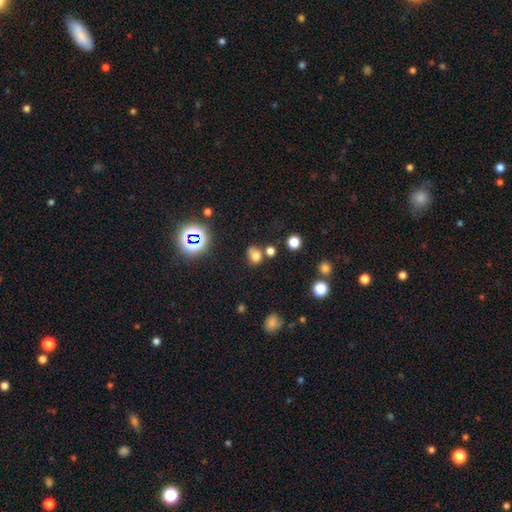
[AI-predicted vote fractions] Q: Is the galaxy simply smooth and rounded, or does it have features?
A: smooth — 68%.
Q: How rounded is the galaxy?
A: round — 61%.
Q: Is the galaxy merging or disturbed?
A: none — 54%.